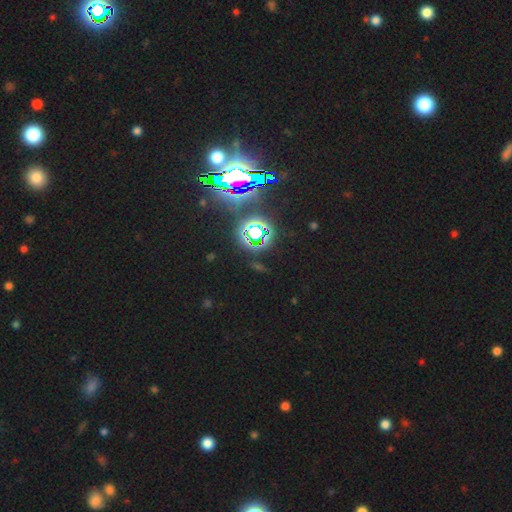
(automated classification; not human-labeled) Morphology: type=star or artifact (82%).